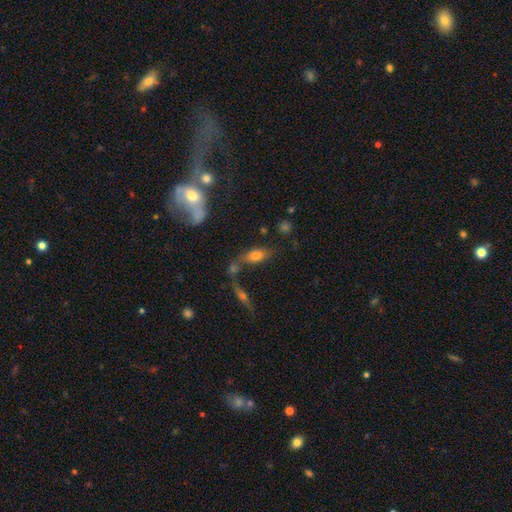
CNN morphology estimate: smooth-or-featured: smooth: 70% | featured or disk: 19% | star or artifact: 11%
  how-rounded: in between: 83% | cigar-shaped: 10% | round: 7%
  merging: none: 45% | merger: 30% | minor disturbance: 15% | major disturbance: 11%